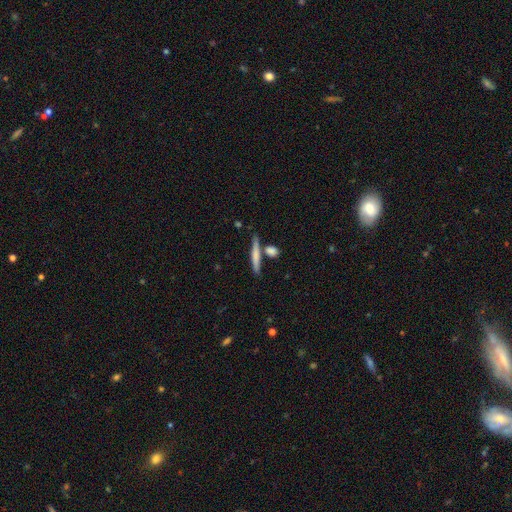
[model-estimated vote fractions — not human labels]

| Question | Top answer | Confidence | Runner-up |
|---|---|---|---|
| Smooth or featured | smooth | 65% | featured or disk (29%) |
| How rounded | cigar-shaped | 89% | in between (7%) |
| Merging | none | 74% | merger (13%) |